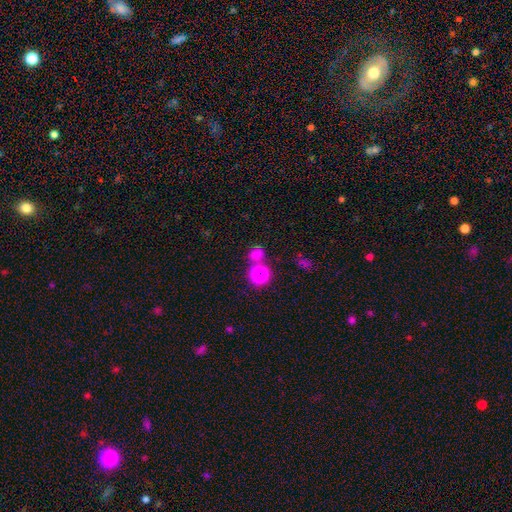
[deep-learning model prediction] This is possibly a smooth galaxy (57%). How rounded: likely round (72%). Merging: possibly none (56%).